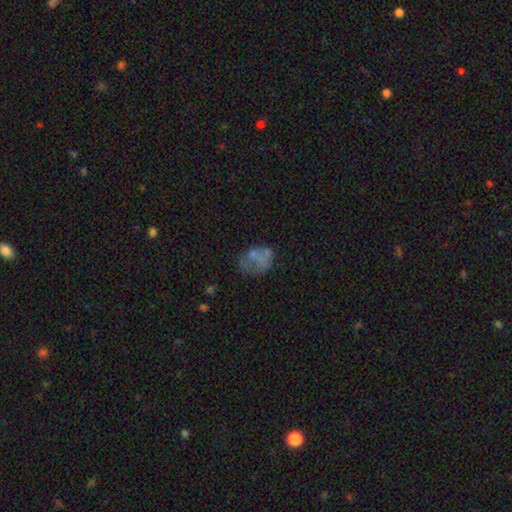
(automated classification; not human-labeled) Smooth or featured: smooth — 46% (featured or disk — 35%)
Merging: none — 45% (minor disturbance — 21%)